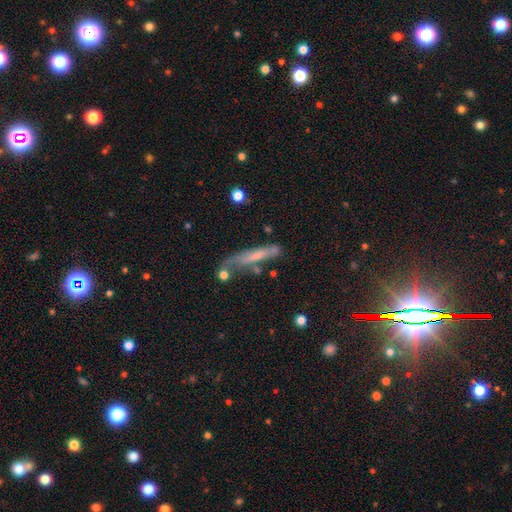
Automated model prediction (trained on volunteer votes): A smooth galaxy with no disk features (46%). Merging: none (50%).